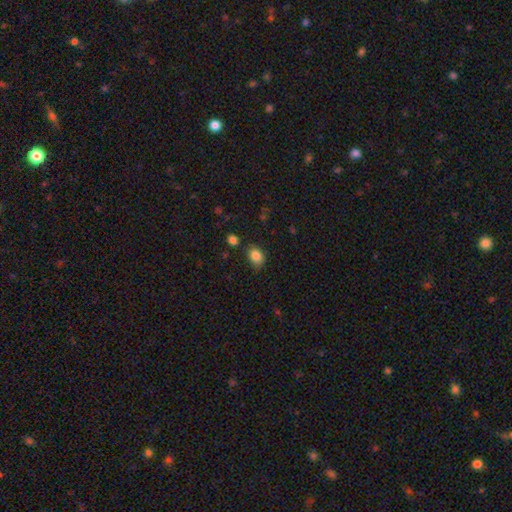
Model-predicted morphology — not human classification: The model was most divided on "how rounded": in between: 66%, round: 33%, cigar-shaped: 1%. More confident: smooth or featured — smooth (85%); merging — none (74%).